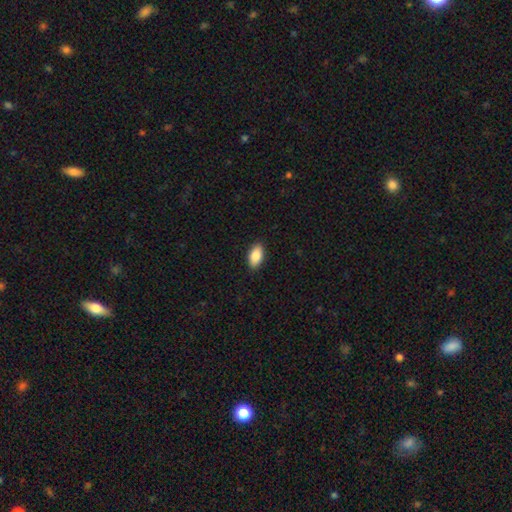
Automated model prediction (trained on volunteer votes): Smooth or featured?
  - smooth: 87% *
  - star or artifact: 7%
  - featured or disk: 6%
How rounded?
  - in between: 93% *
  - round: 4%
  - cigar-shaped: 3%
Merging?
  - none: 90% *
  - minor disturbance: 7%
  - major disturbance: 2%
  - merger: 1%